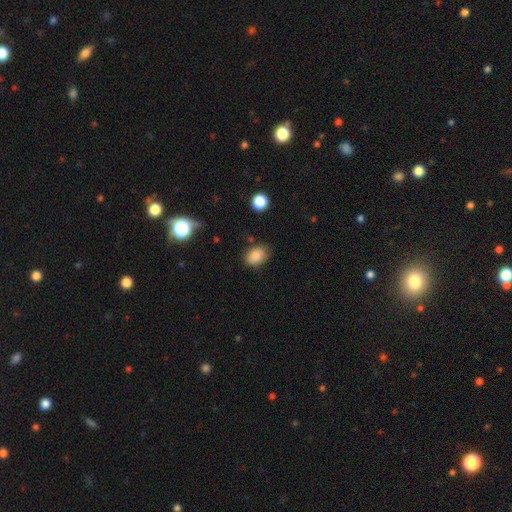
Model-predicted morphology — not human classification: A smooth galaxy with no disk features (85%) that is in between round and cigar-shaped (75%). Merging: none (77%).